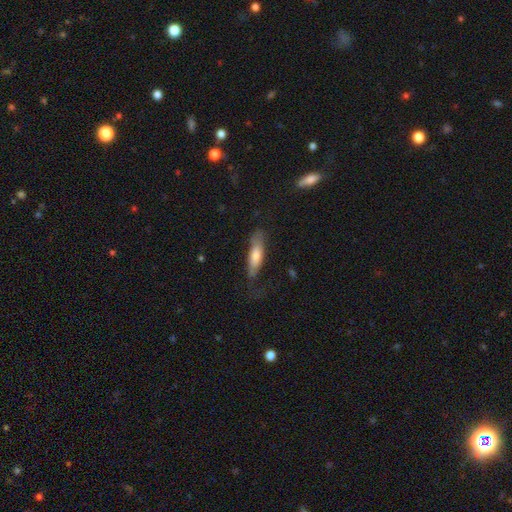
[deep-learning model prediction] Smooth or featured? smooth (64%)
How rounded? cigar-shaped (60%)
Merging? none (59%)